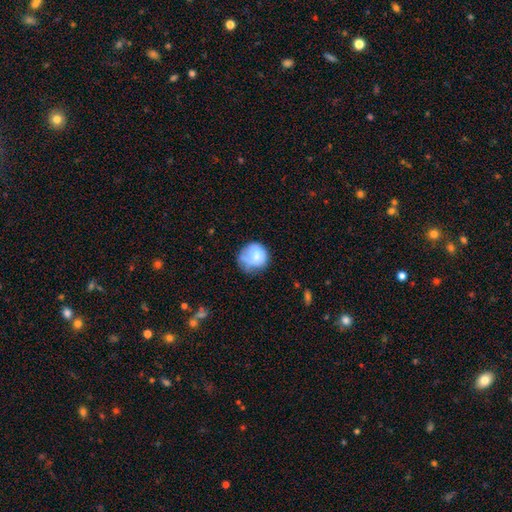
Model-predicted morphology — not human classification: smooth 71%, featured or disk 21%, star or artifact 8%. Down the decision tree: how rounded — round (80%); merging — none (48%).